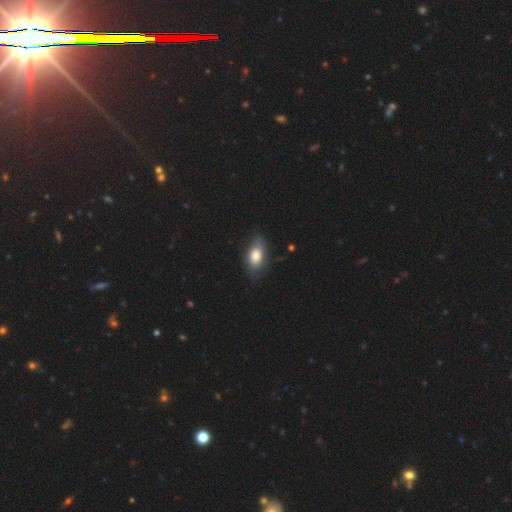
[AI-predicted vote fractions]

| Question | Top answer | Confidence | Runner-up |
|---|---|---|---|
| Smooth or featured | smooth | 75% | featured or disk (18%) |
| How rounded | in between | 89% | round (6%) |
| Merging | none | 70% | minor disturbance (23%) |